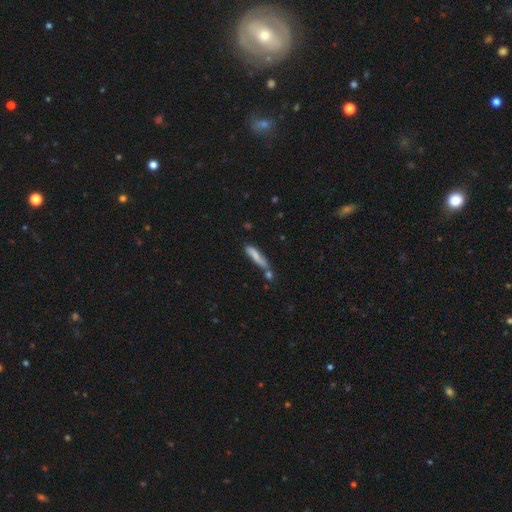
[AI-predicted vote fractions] smooth_or_featured: smooth (p=0.71) [alt: featured or disk p=0.22]
how_rounded: cigar-shaped (p=0.86) [alt: in between p=0.12]
merging: none (p=0.51) [alt: merger p=0.23]